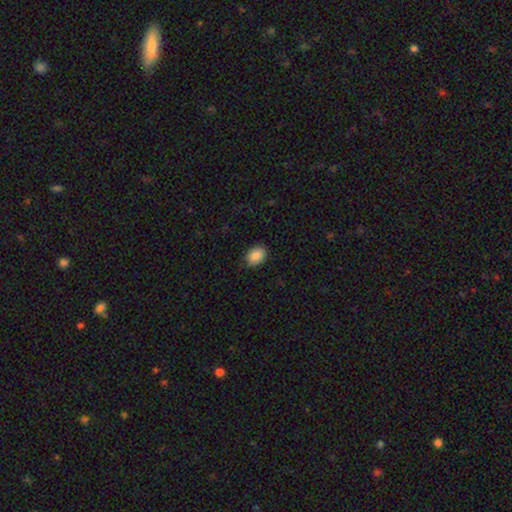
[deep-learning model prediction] Smooth or featured: smooth — 88% (star or artifact — 8%)
How rounded: in between — 66% (round — 34%)
Merging: none — 81% (minor disturbance — 15%)